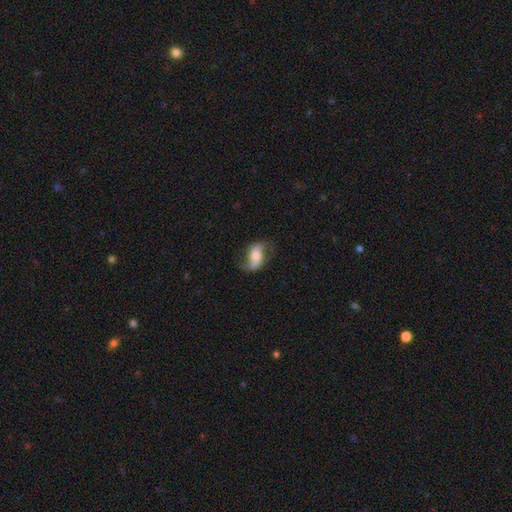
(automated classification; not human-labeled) This is likely a featured or disk galaxy (67%). It is clearly not viewed edge-on (94%). Bar: possibly no (49%). Spiral arm pattern: clearly yes (90%). Spiral arm count: clearly 2 (89%). Spiral winding: likely loose (70%). Central bulge: possibly moderate (50%). Merging: likely none (68%).